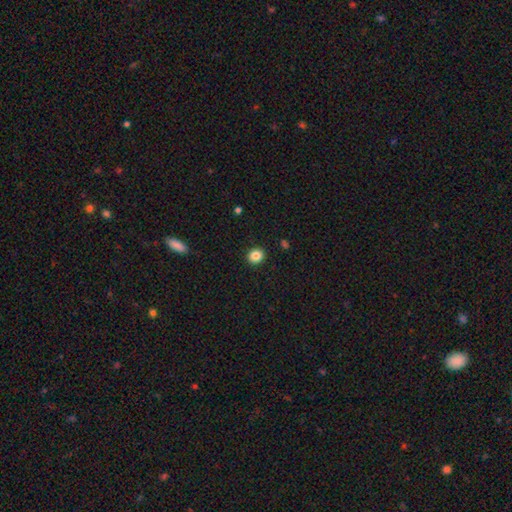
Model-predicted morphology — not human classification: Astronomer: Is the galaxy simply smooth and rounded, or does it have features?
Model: smooth — 85%.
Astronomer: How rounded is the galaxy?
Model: round — 81%.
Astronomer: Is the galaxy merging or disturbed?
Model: none — 92%.